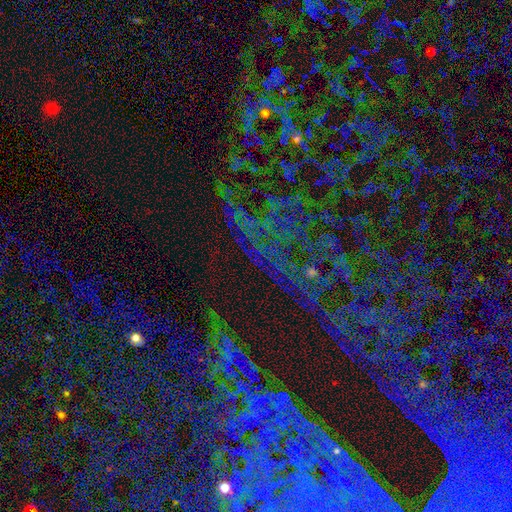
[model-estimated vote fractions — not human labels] Smooth or featured: star or artifact — 79% (smooth — 10%)